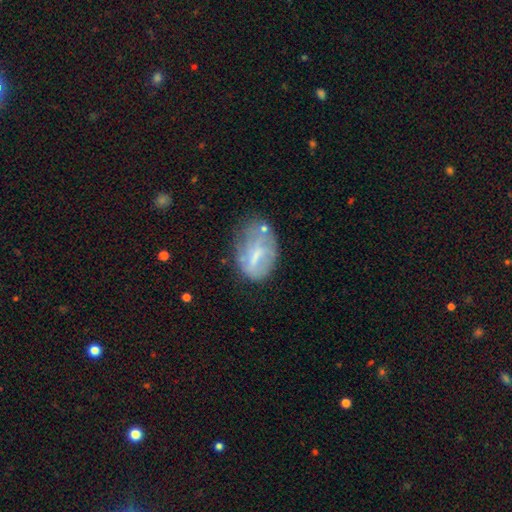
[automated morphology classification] Smooth or featured? featured or disk (47%)
Merging? none (44%)